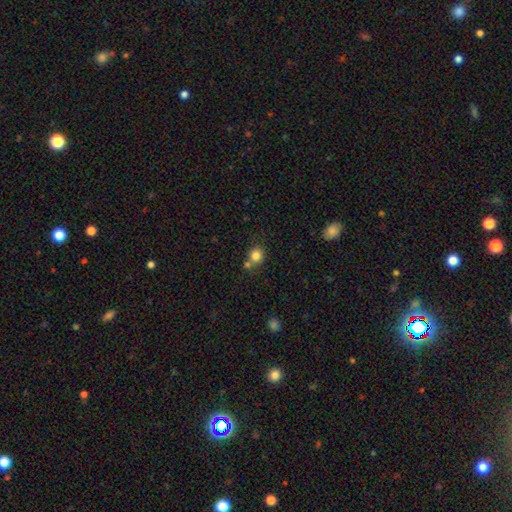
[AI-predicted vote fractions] Smooth or featured?
  - smooth: 83% *
  - star or artifact: 11%
  - featured or disk: 6%
How rounded?
  - round: 84% *
  - in between: 15%
  - cigar-shaped: 1%
Merging?
  - none: 59% *
  - merger: 27%
  - minor disturbance: 11%
  - major disturbance: 4%